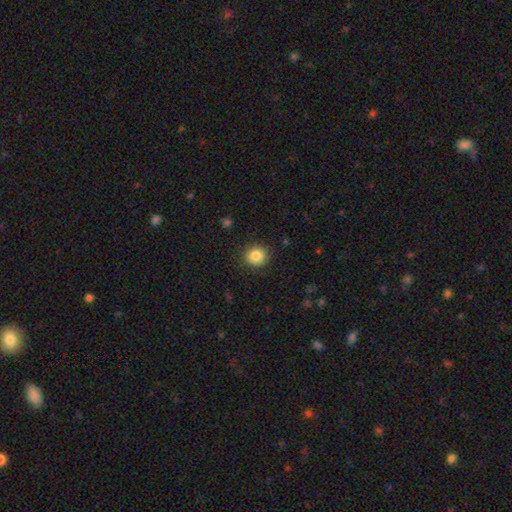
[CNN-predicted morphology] This is clearly a smooth galaxy (86%). How rounded: clearly round (86%). Merging: clearly none (88%).